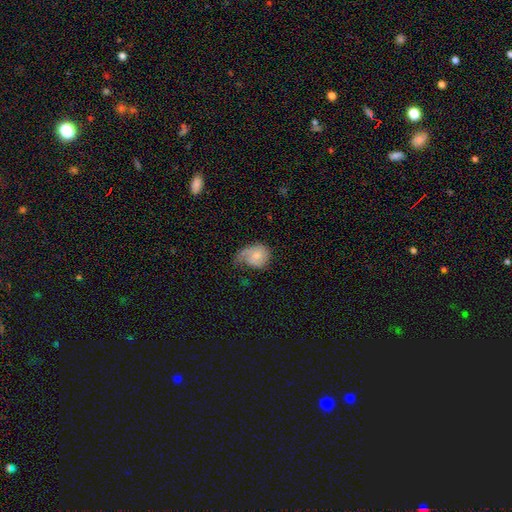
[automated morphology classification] Smooth or featured? featured or disk (50%)
Merging? major disturbance (38%)